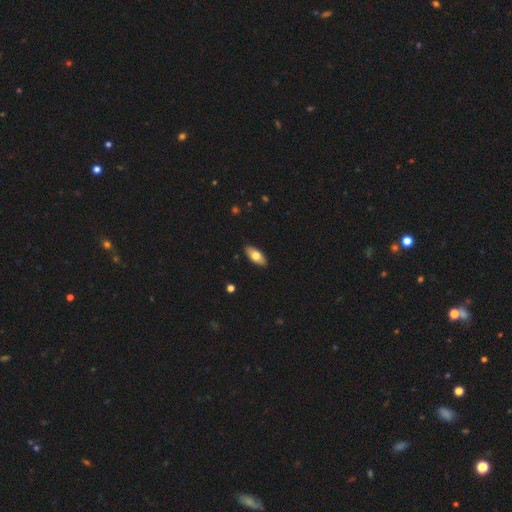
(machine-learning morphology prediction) smooth_or_featured: smooth (p=0.71) [alt: featured or disk p=0.23]
how_rounded: in between (p=0.86) [alt: cigar-shaped p=0.11]
merging: none (p=0.89) [alt: minor disturbance p=0.08]